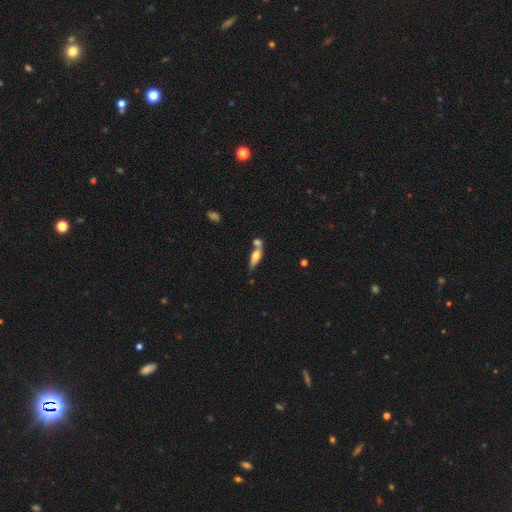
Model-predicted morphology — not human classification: A smooth galaxy with no disk features (55%) that is in between round and cigar-shaped (51%). Merging: none (43%).